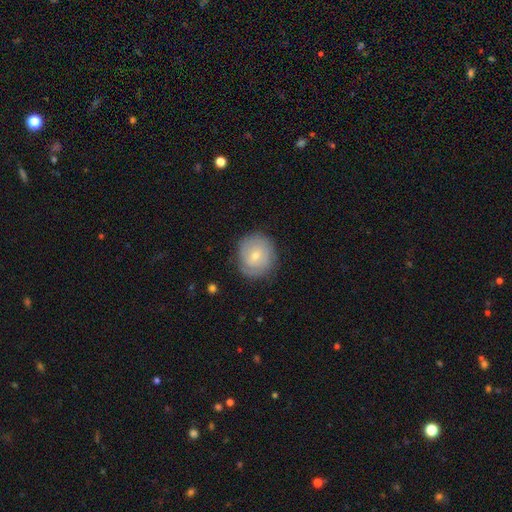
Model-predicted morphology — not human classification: This is possibly a smooth galaxy (47%). Merging: likely none (76%).